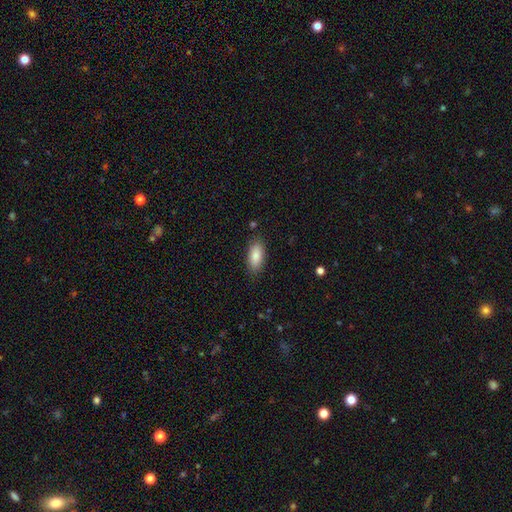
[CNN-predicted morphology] A smooth galaxy with no disk features (85%) that is in between round and cigar-shaped (87%).

Vote fractions:
- Smooth or featured? smooth: 85% / featured or disk: 8% / star or artifact: 7%
- How rounded? in between: 87% / cigar-shaped: 10% / round: 2%
- Merging? none: 85% / minor disturbance: 11% / major disturbance: 3% / merger: 2%